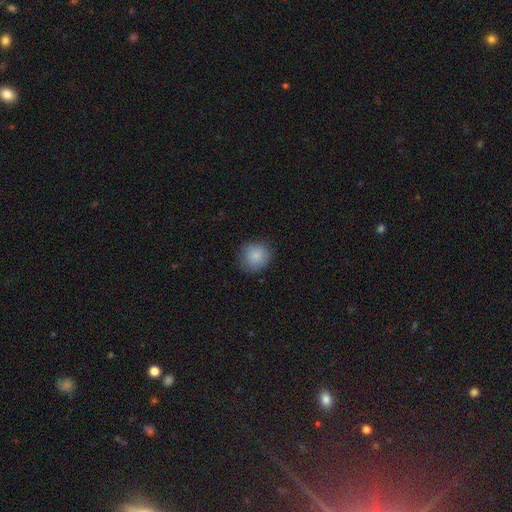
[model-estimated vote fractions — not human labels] smooth-or-featured: smooth: 87% | star or artifact: 8% | featured or disk: 4%
  how-rounded: round: 87% | in between: 12% | cigar-shaped: 1%
  merging: none: 82% | minor disturbance: 13% | major disturbance: 4% | merger: 1%